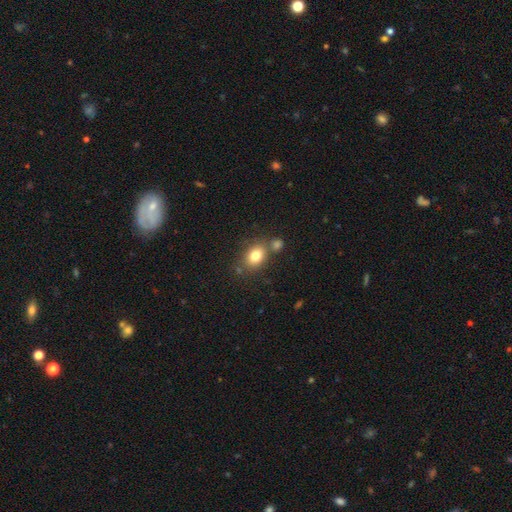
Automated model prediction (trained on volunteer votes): smooth-or-featured: smooth: 79% | star or artifact: 11% | featured or disk: 10%
  how-rounded: in between: 58% | round: 41% | cigar-shaped: 1%
  merging: none: 64% | merger: 19% | minor disturbance: 13% | major disturbance: 4%